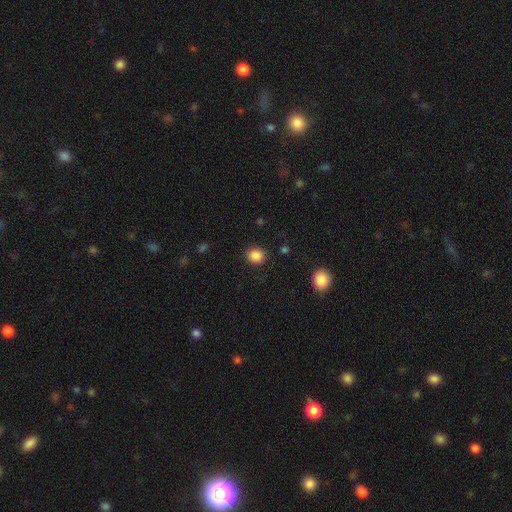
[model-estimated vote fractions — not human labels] This is clearly a smooth galaxy (86%). How rounded: likely round (73%). Merging: clearly none (88%).